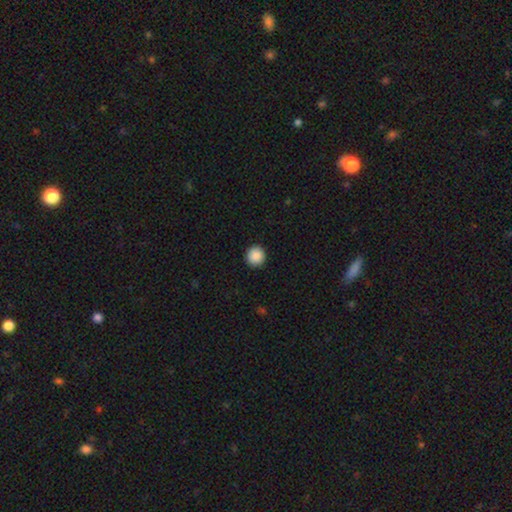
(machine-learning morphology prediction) Smooth or featured: smooth — 90% (star or artifact — 8%)
How rounded: round — 94% (in between — 5%)
Merging: none — 93% (minor disturbance — 5%)